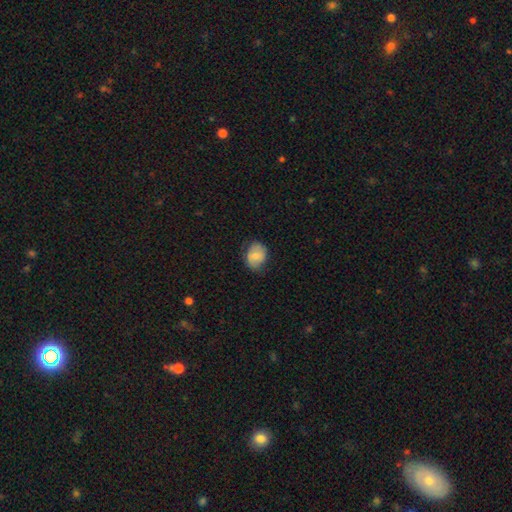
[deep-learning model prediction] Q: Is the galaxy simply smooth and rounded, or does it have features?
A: smooth — 67%.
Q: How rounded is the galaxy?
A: in between — 50%.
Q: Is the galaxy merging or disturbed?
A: none — 68%.